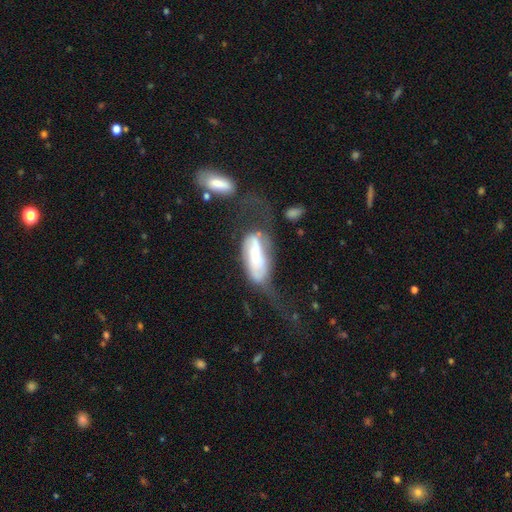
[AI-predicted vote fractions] featured or disk 51%, smooth 41%, star or artifact 7%. Down the decision tree: edge-on disk — no (81%); merging — major disturbance (50%).